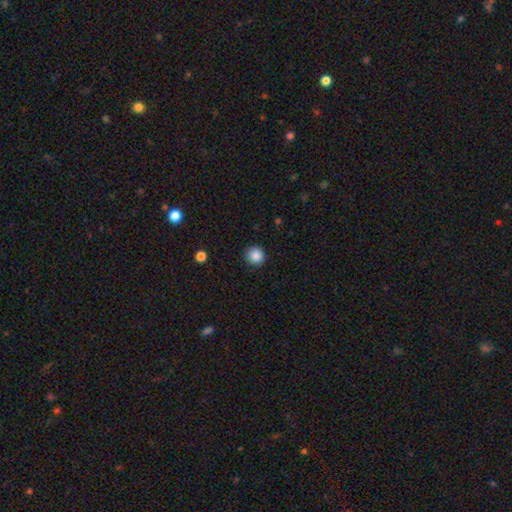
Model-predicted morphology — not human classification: Smooth or featured?
  - smooth: 87% *
  - star or artifact: 10%
  - featured or disk: 3%
How rounded?
  - round: 95% *
  - in between: 5%
  - cigar-shaped: 1%
Merging?
  - none: 91% *
  - minor disturbance: 6%
  - major disturbance: 2%
  - merger: 1%